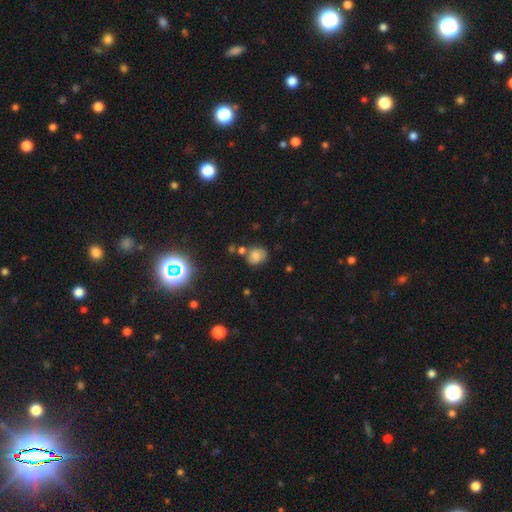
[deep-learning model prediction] A smooth galaxy with no disk features (58%) that is round (58%). Merging: none (61%).